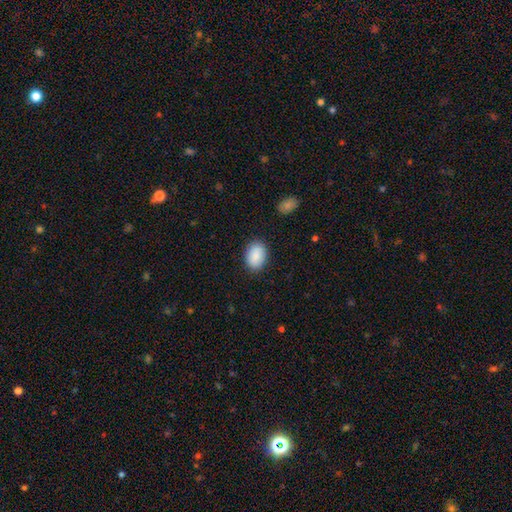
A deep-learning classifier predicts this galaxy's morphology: Smooth or featured: smooth — 89% (star or artifact — 6%)
How rounded: in between — 83% (round — 16%)
Merging: none — 88% (minor disturbance — 9%)